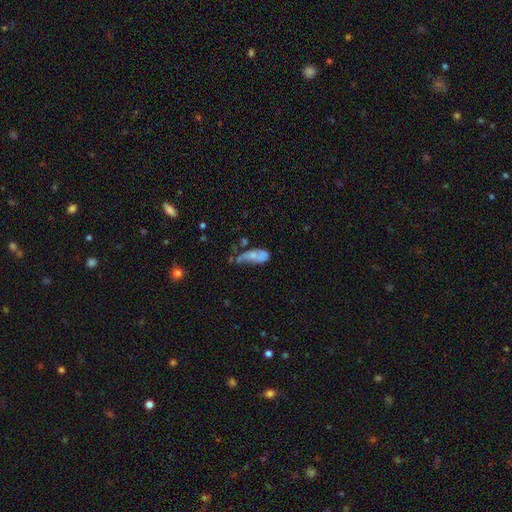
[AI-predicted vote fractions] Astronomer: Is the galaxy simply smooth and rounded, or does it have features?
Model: smooth — 56% (runner-up: featured or disk, 33%).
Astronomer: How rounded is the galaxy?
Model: in between — 81%.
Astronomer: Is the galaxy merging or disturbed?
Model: major disturbance — 33% (runner-up: minor disturbance, 30%).